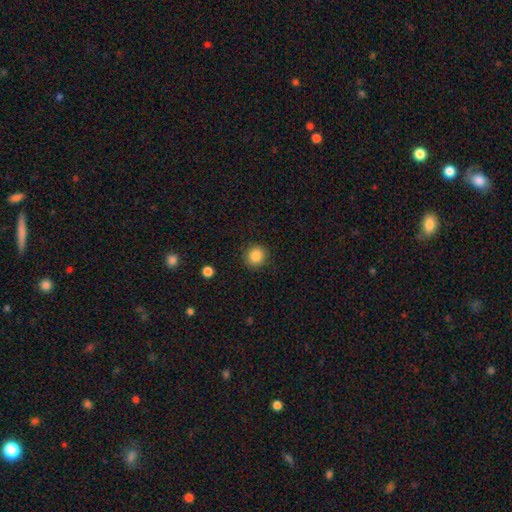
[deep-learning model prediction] Smooth or featured: smooth — 86% (star or artifact — 10%)
How rounded: round — 89% (in between — 11%)
Merging: none — 89% (minor disturbance — 7%)